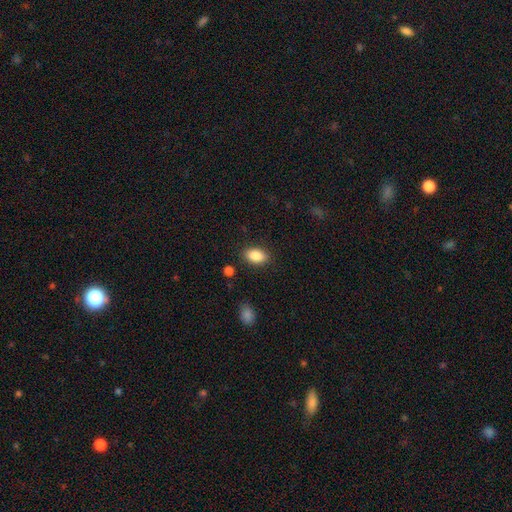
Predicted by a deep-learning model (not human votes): This is clearly a smooth galaxy (87%). How rounded: clearly in between (90%). Merging: clearly none (86%).